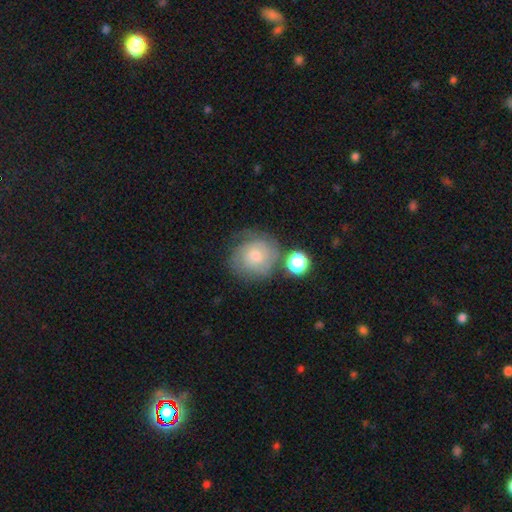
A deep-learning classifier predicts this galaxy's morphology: This appears to be a featured or disk galaxy (49%). Merging: none (62%).